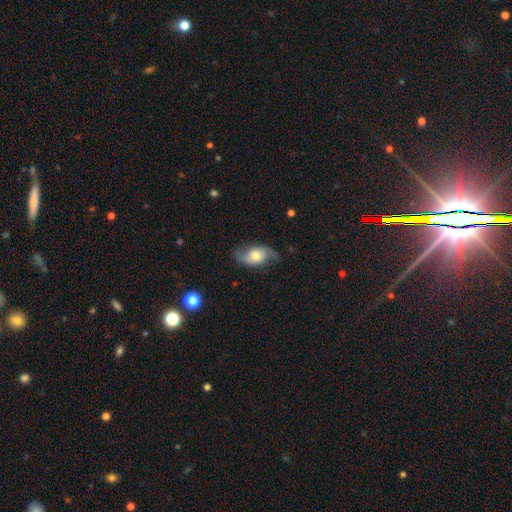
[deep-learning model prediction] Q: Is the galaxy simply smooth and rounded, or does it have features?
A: featured or disk — 55%.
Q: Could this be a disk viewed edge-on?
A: no — 92%.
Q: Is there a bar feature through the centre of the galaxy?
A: no — 70%.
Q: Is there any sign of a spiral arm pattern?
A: yes — 83%.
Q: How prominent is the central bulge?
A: moderate — 56%.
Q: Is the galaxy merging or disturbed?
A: none — 66%.